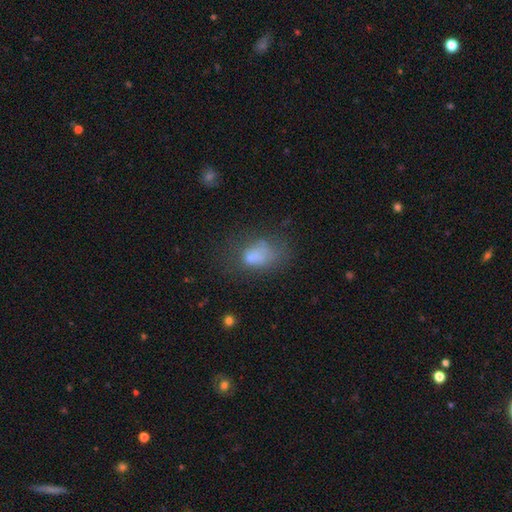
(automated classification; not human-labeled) Morphology: type=smooth (65%); roundness=in between (77%); merging=major disturbance (34%).